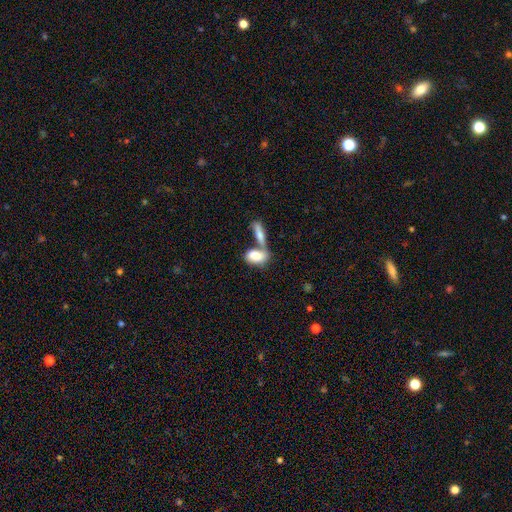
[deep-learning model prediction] Smooth or featured?
  - smooth: 80% *
  - featured or disk: 14%
  - star or artifact: 6%
How rounded?
  - in between: 86% *
  - cigar-shaped: 9%
  - round: 5%
Merging?
  - merger: 58% *
  - none: 28%
  - minor disturbance: 9%
  - major disturbance: 5%